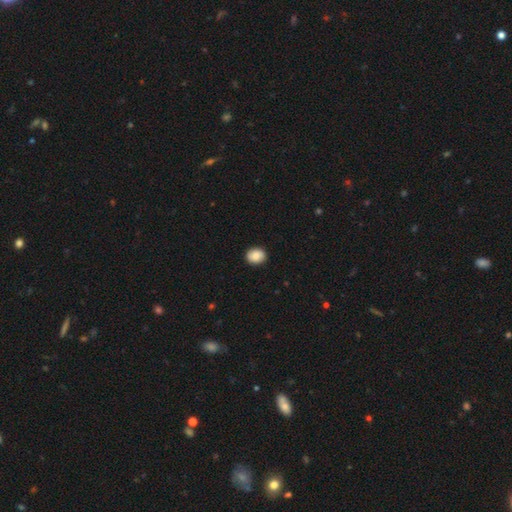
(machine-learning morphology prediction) Smooth or featured: smooth — 87% (star or artifact — 7%)
How rounded: round — 60% (in between — 39%)
Merging: none — 90% (minor disturbance — 7%)